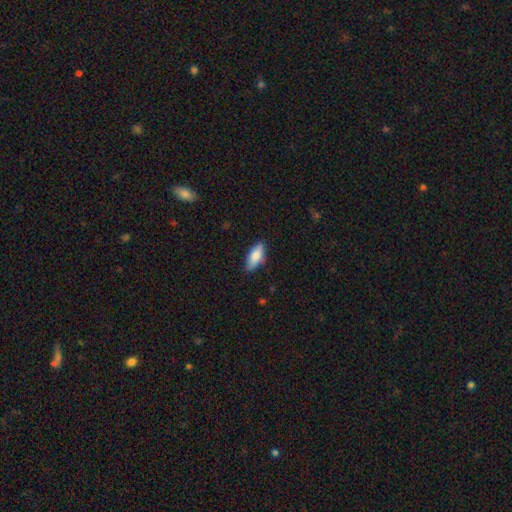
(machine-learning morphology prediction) Overall: smooth (79%). How rounded: in between (83%). Merging: none (81%).